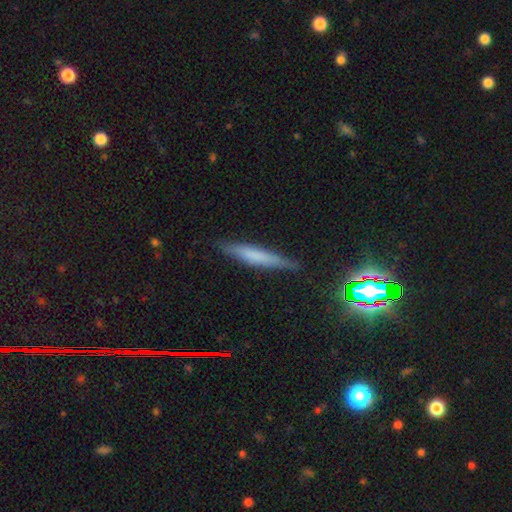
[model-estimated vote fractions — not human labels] The model was most divided on "smooth or featured": smooth: 59%, featured or disk: 32%, star or artifact: 9%. More confident: how rounded — cigar-shaped (92%); merging — none (85%).